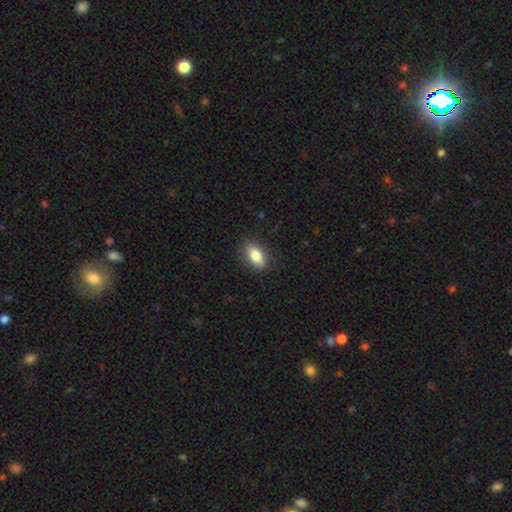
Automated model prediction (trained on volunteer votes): Q: Smooth or featured?
A: smooth (81%); runner-up: featured or disk (11%)
Q: How rounded?
A: in between (83%); runner-up: cigar-shaped (12%)
Q: Merging?
A: none (86%); runner-up: minor disturbance (10%)